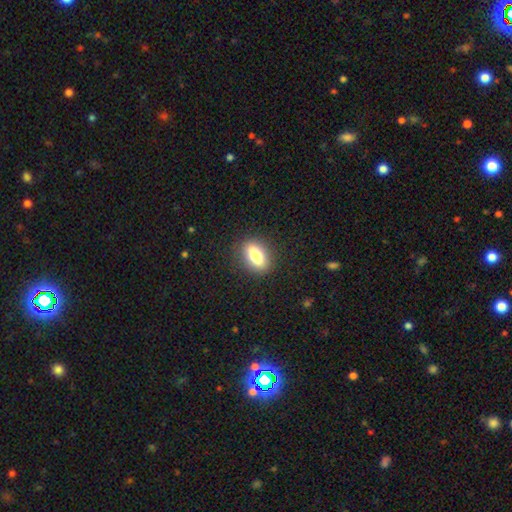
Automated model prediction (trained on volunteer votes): A smooth galaxy with no disk features (76%) that is in between round and cigar-shaped (78%). Merging: none (87%).